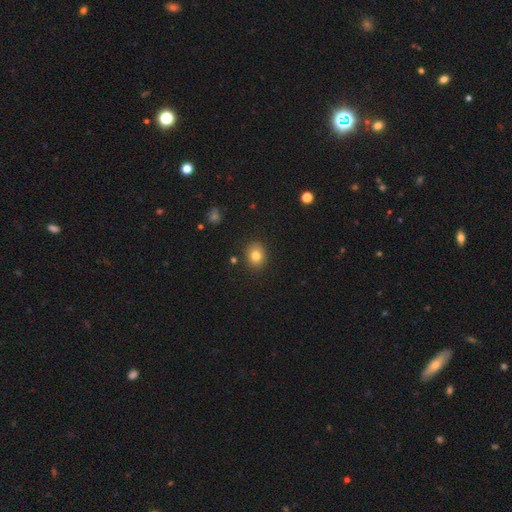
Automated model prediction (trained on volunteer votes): Q: Smooth or featured?
A: smooth (81%); runner-up: star or artifact (11%)
Q: How rounded?
A: round (67%); runner-up: in between (32%)
Q: Merging?
A: none (88%); runner-up: minor disturbance (8%)